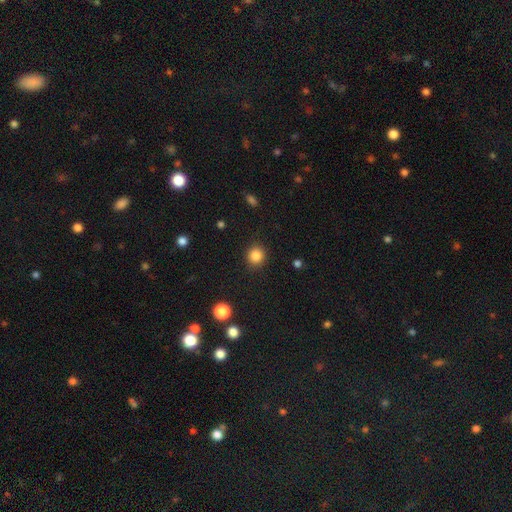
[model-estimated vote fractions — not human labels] This is clearly a smooth galaxy (86%). How rounded: clearly round (89%). Merging: clearly none (90%).